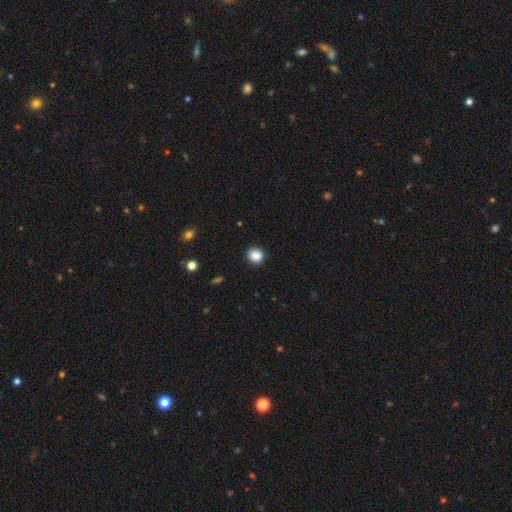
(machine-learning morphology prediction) smooth_or_featured: smooth (p=0.88) [alt: star or artifact p=0.10]
how_rounded: round (p=0.82) [alt: in between p=0.17]
merging: none (p=0.90) [alt: minor disturbance p=0.07]